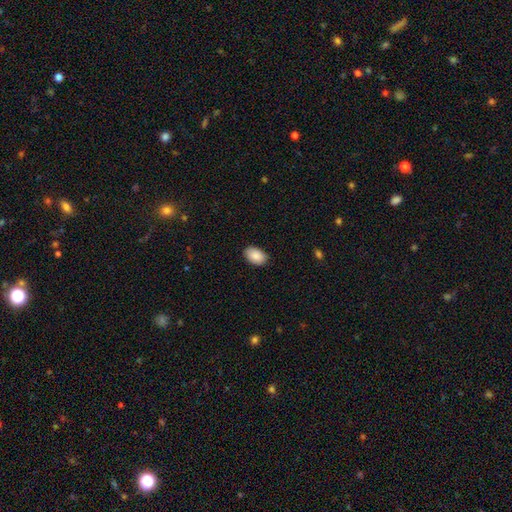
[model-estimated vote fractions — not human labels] Overall: smooth (89%). How rounded: in between (91%). Merging: none (86%).